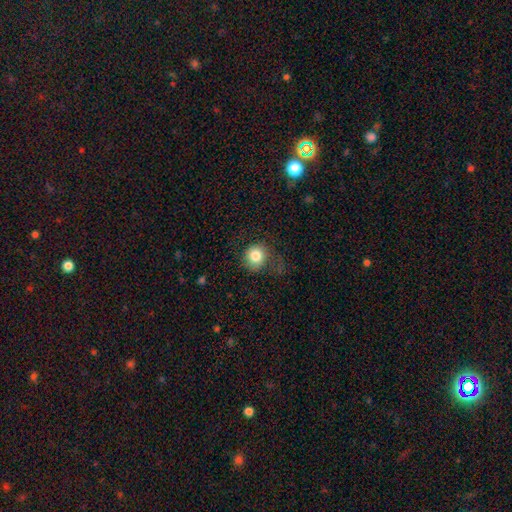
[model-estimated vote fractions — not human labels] Smooth or featured: smooth — 82% (star or artifact — 9%)
How rounded: round — 87% (in between — 12%)
Merging: none — 61% (minor disturbance — 22%)